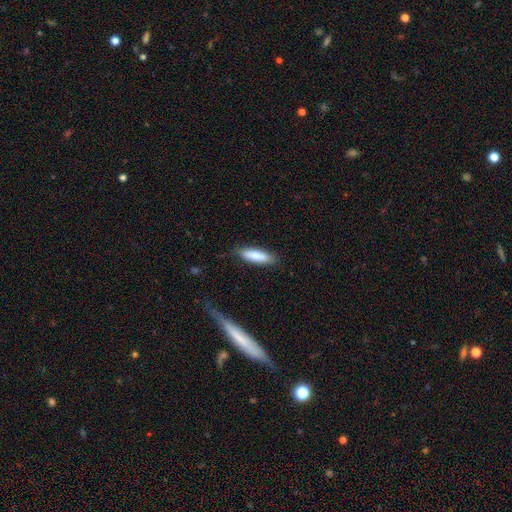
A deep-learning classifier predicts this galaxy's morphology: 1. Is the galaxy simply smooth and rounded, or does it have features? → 82% smooth, 12% featured or disk, 6% star or artifact.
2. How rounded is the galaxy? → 60% cigar-shaped, 38% in between, 1% round.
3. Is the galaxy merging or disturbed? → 82% none, 13% minor disturbance, 3% major disturbance, 2% merger.